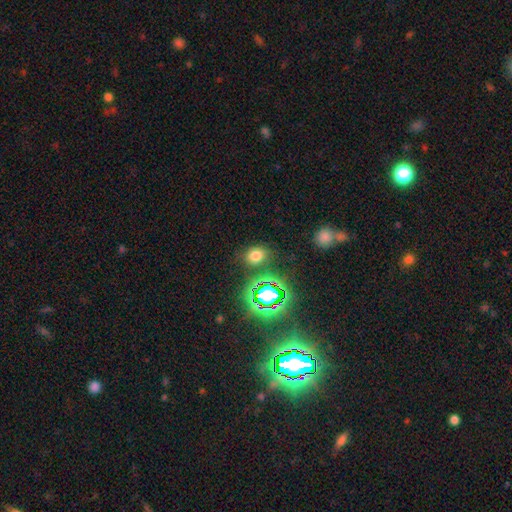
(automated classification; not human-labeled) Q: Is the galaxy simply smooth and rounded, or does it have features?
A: smooth — 67%.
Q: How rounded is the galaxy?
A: in between — 60%.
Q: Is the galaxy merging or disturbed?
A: none — 80%.